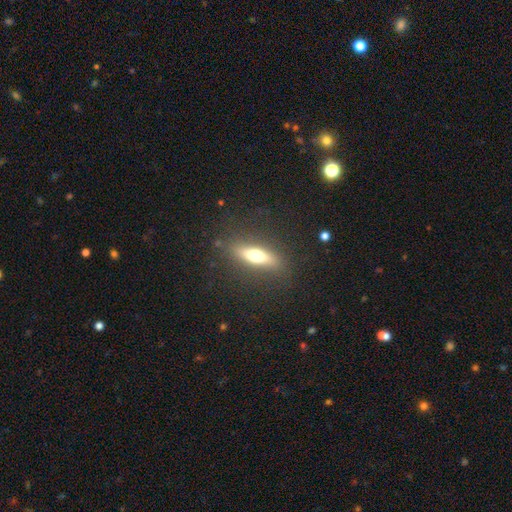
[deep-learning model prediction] smooth_or_featured: smooth (p=0.53) [alt: featured or disk p=0.39]
how_rounded: cigar-shaped (p=0.61) [alt: in between p=0.36]
merging: none (p=0.84) [alt: minor disturbance p=0.11]